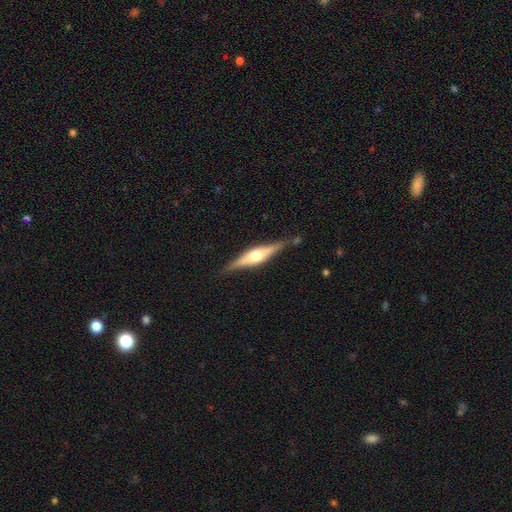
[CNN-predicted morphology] A featured or disk galaxy (74%) viewed edge-on (97%) with a rounded central bulge (89%).

Vote fractions:
- Smooth or featured? featured or disk: 74% / smooth: 21% / star or artifact: 5%
- Edge-on disk? yes: 97% / no: 3%
- Edge-on bulge? rounded: 89% / boxy: 9% / none: 2%
- Merging? none: 84% / minor disturbance: 11% / major disturbance: 2% / merger: 2%